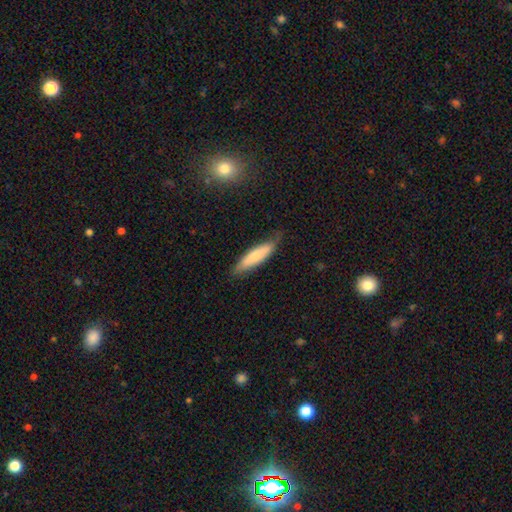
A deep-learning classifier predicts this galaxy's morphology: Smooth or featured? Predicted: smooth (p=0.67). How rounded? Predicted: cigar-shaped (p=0.69). Merging? Predicted: none (p=0.72).